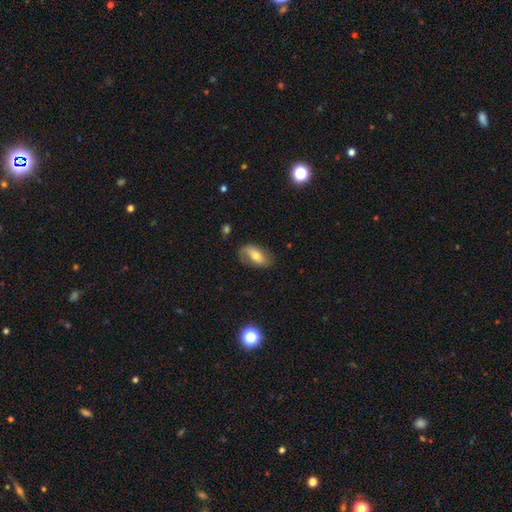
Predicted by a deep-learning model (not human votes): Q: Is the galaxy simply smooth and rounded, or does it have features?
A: smooth — 48%.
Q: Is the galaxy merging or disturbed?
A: none — 72%.